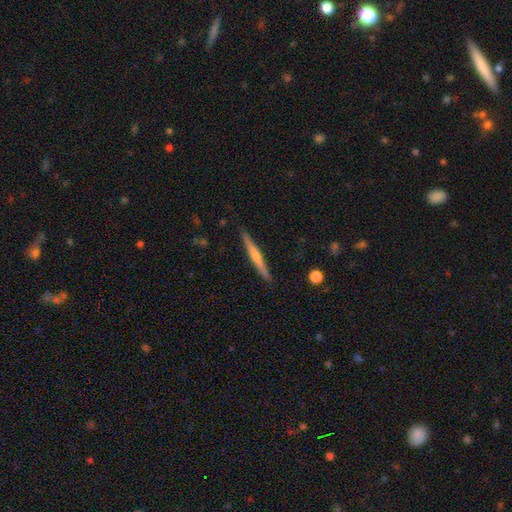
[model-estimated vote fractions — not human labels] This appears to be a featured or disk galaxy (61%) viewed edge-on (98%) with a rounded central bulge (60%). Merging: none (91%).